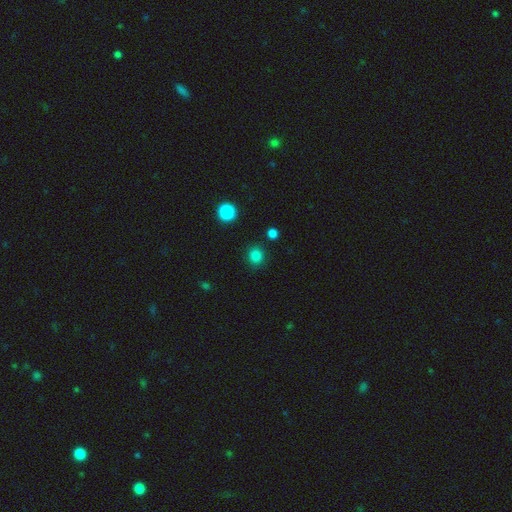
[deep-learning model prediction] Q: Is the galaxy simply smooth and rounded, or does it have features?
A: smooth — 83%.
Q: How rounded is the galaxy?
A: round — 86%.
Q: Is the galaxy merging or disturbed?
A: none — 88%.